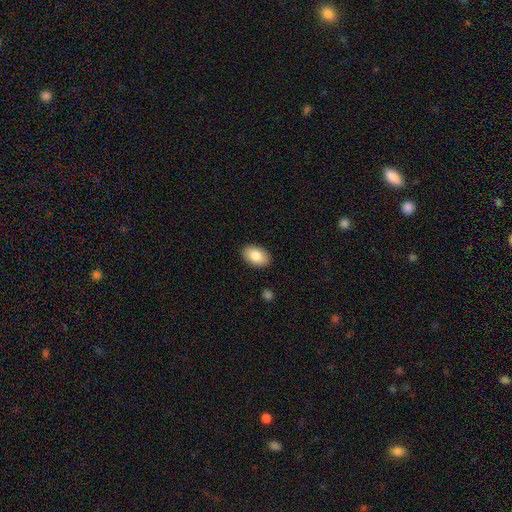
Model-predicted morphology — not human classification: A smooth galaxy with no disk features (85%) that is in between round and cigar-shaped (91%).

Vote fractions:
- Smooth or featured? smooth: 85% / featured or disk: 8% / star or artifact: 7%
- How rounded? in between: 91% / round: 8% / cigar-shaped: 1%
- Merging? none: 89% / minor disturbance: 8% / major disturbance: 2% / merger: 1%